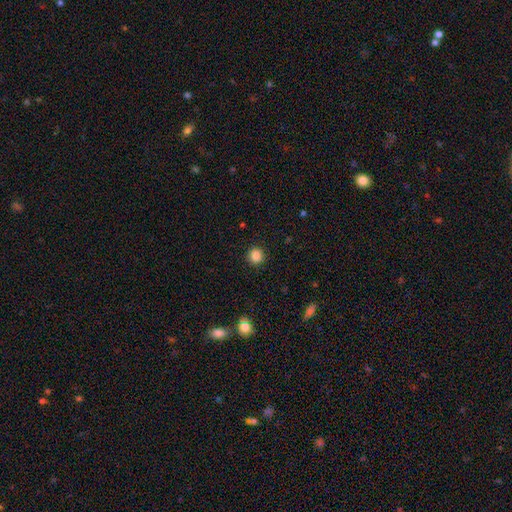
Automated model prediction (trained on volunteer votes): Smooth or featured: smooth — 86% (star or artifact — 11%)
How rounded: round — 93% (in between — 6%)
Merging: none — 92% (minor disturbance — 5%)